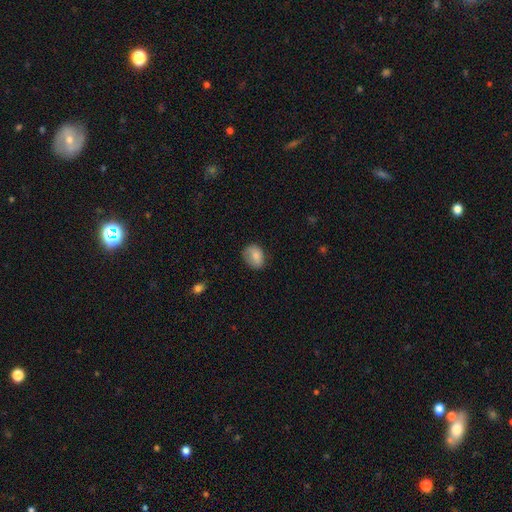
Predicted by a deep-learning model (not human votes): This appears to be a smooth galaxy with no disk features (79%) that is in between round and cigar-shaped (67%). Merging: none (68%).